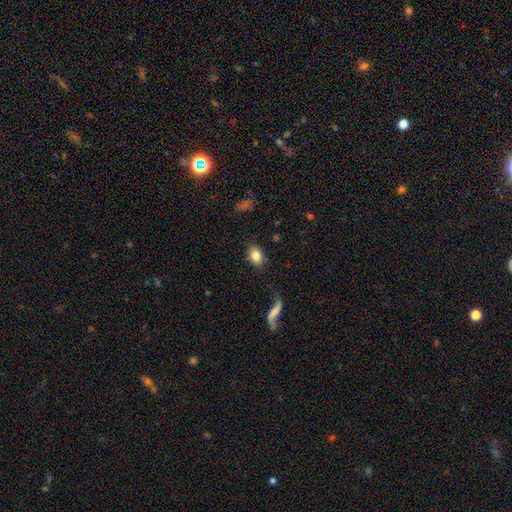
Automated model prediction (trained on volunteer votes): Smooth or featured? Predicted: smooth (p=0.82). How rounded? Predicted: in between (p=0.80). Merging? Predicted: none (p=0.84).